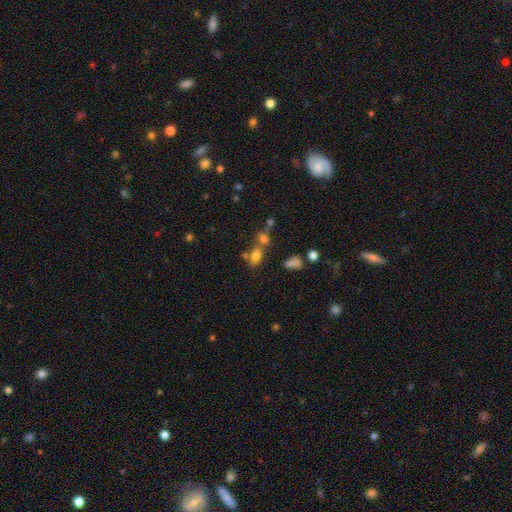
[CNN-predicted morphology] The model was most divided on "merging": none: 47%, merger: 35%, minor disturbance: 12%, major disturbance: 6%. More confident: how rounded — in between (79%); smooth or featured — smooth (74%).